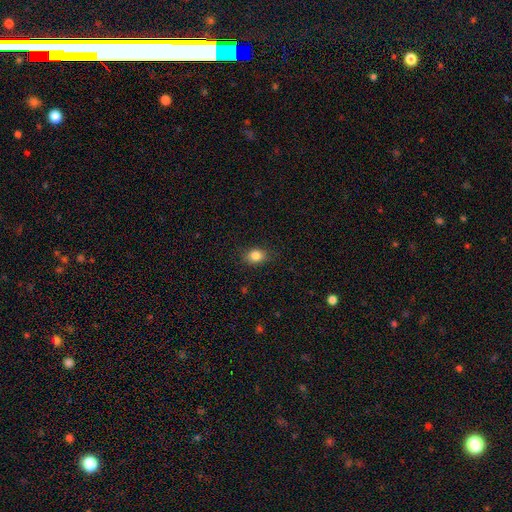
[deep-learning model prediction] A smooth galaxy with no disk features (84%) that is in between round and cigar-shaped (62%). Merging: none (85%).